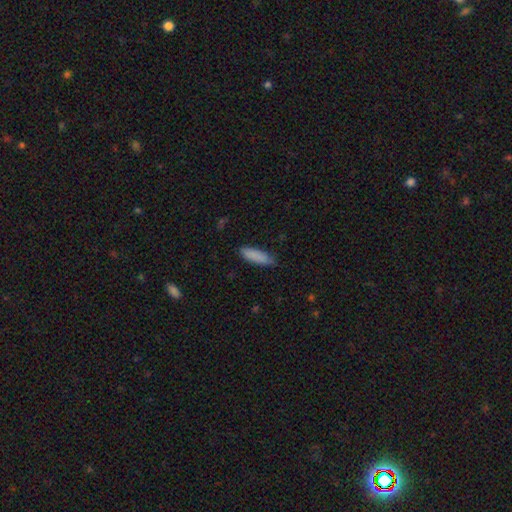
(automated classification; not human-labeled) This is clearly a smooth galaxy (87%). How rounded: possibly cigar-shaped (55%). Merging: clearly none (81%).